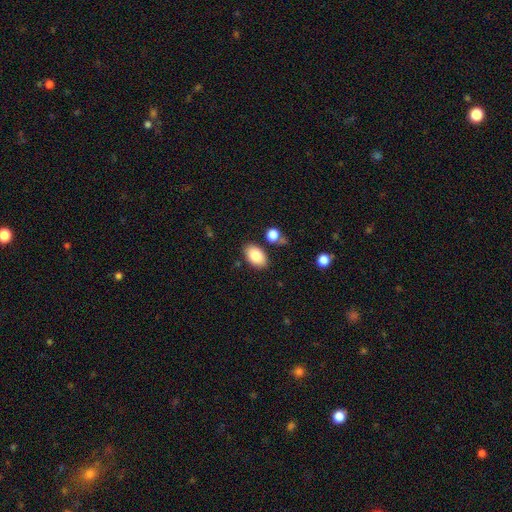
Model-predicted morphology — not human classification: Q: Smooth or featured?
A: smooth (85%); runner-up: featured or disk (8%)
Q: How rounded?
A: in between (92%); runner-up: round (7%)
Q: Merging?
A: none (81%); runner-up: minor disturbance (11%)